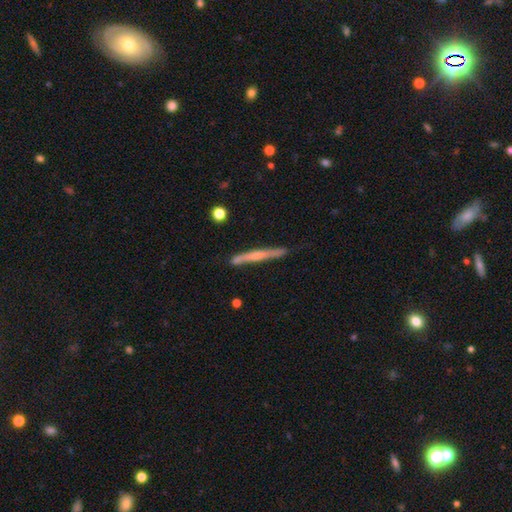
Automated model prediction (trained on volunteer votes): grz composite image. It shows a featured or disk galaxy (56%) viewed edge-on (96%) with no central bulge (54%). Merging: none (81%).